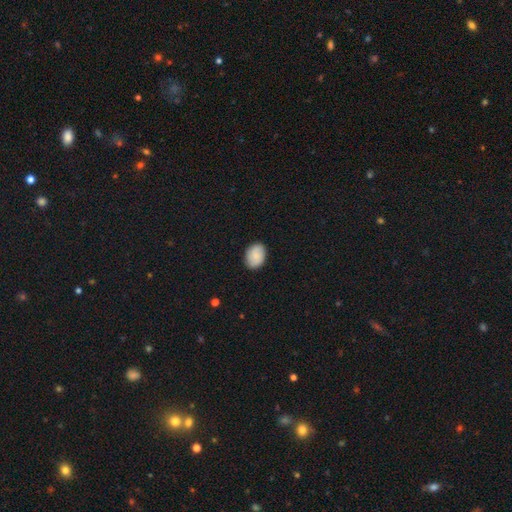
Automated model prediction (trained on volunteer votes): Smooth or featured? Predicted: smooth (p=0.74). How rounded? Predicted: in between (p=0.70). Merging? Predicted: none (p=0.84).